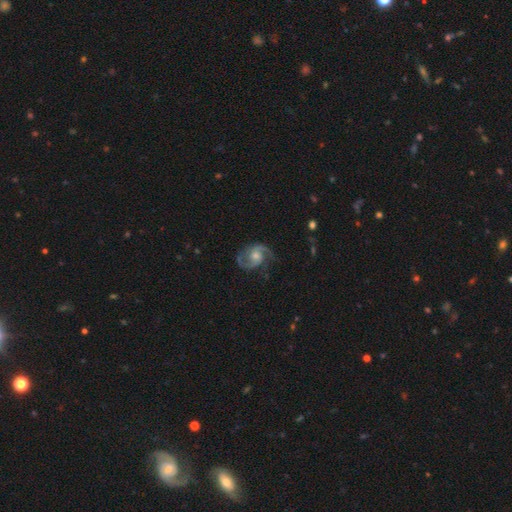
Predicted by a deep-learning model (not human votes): The model was most divided on "bar": no: 60%, weak: 34%, strong: 6%. More confident: edge-on disk — no (98%); spiral arms — yes (98%); spiral arm count — 2 (92%); smooth or featured — featured or disk (91%); merging — none (76%); spiral winding — medium (60%); bulge size — moderate (57%).